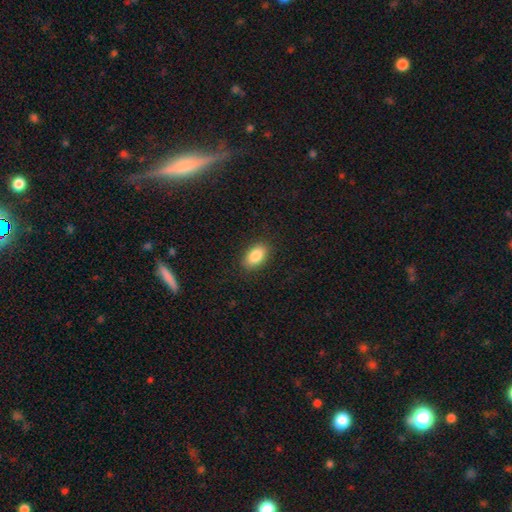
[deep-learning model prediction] smooth_or_featured: smooth (p=0.88) [alt: star or artifact p=0.07]
how_rounded: in between (p=0.92) [alt: round p=0.05]
merging: none (p=0.88) [alt: minor disturbance p=0.09]